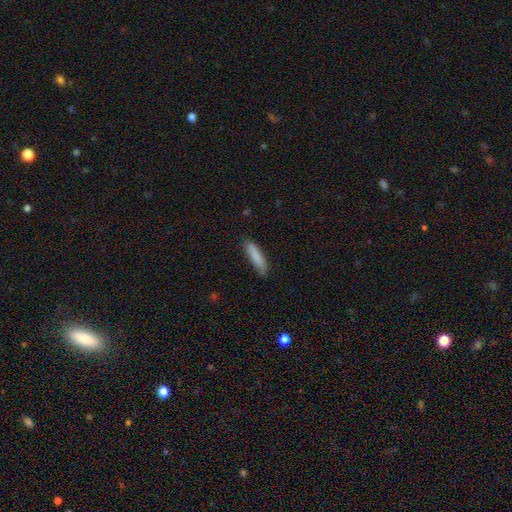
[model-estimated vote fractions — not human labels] smooth-or-featured: smooth: 85% | featured or disk: 9% | star or artifact: 6%
  how-rounded: cigar-shaped: 78% | in between: 21% | round: 1%
  merging: none: 81% | minor disturbance: 15% | major disturbance: 3% | merger: 1%